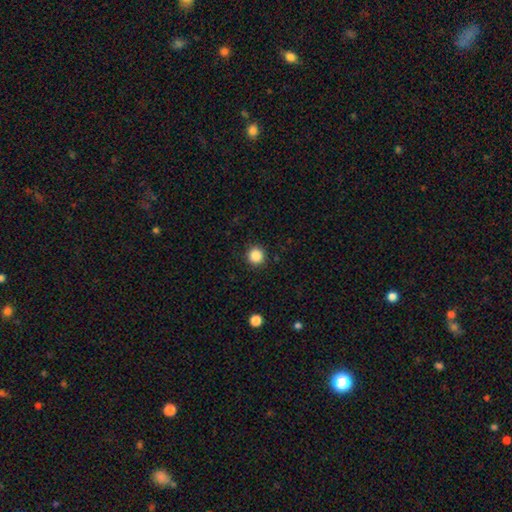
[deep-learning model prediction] smooth_or_featured: smooth (p=0.87) [alt: star or artifact p=0.10]
how_rounded: round (p=0.95) [alt: in between p=0.04]
merging: none (p=0.91) [alt: minor disturbance p=0.06]